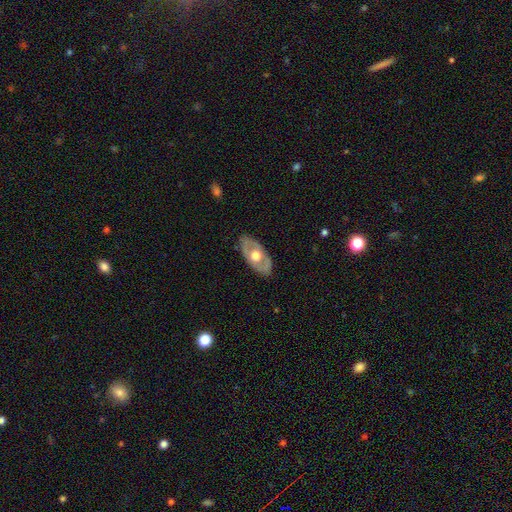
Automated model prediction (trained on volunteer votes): Smooth or featured?
  - featured or disk: 57% *
  - smooth: 38%
  - star or artifact: 5%
Edge-on disk?
  - no: 81% *
  - yes: 19%
Merging?
  - none: 82% *
  - minor disturbance: 14%
  - major disturbance: 3%
  - merger: 1%